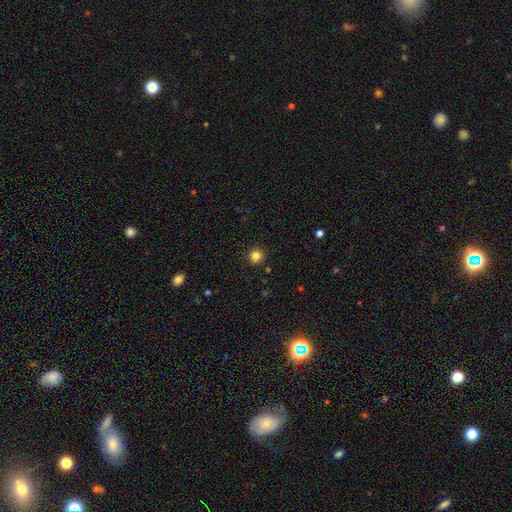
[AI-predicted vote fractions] The model was most divided on "smooth or featured": smooth: 83%, star or artifact: 13%, featured or disk: 5%. More confident: how rounded — round (93%); merging — none (91%).